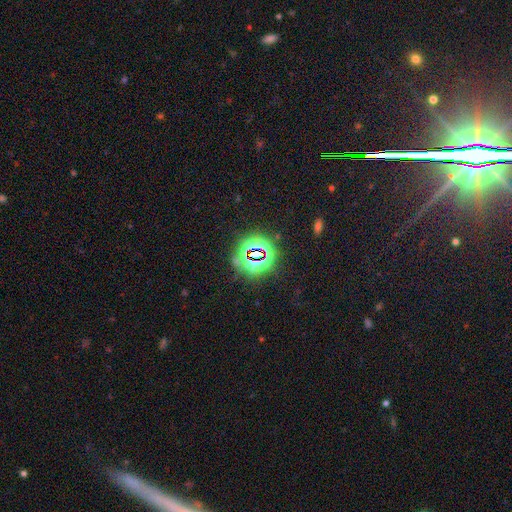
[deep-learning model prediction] This is likely a star or artifact rather than a galaxy (79%).